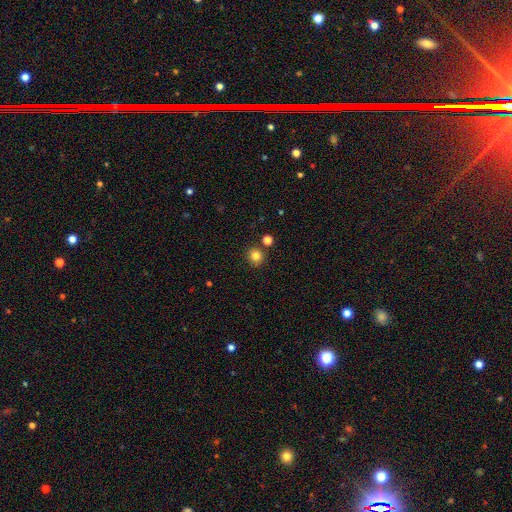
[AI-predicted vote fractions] Overall: smooth (82%). How rounded: round (91%). Merging: none (85%).